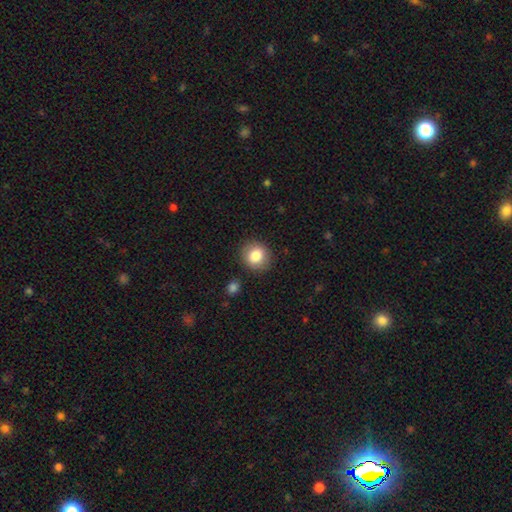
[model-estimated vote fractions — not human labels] This appears to be a smooth galaxy with no disk features (82%) that is round (81%). Merging: none (87%).